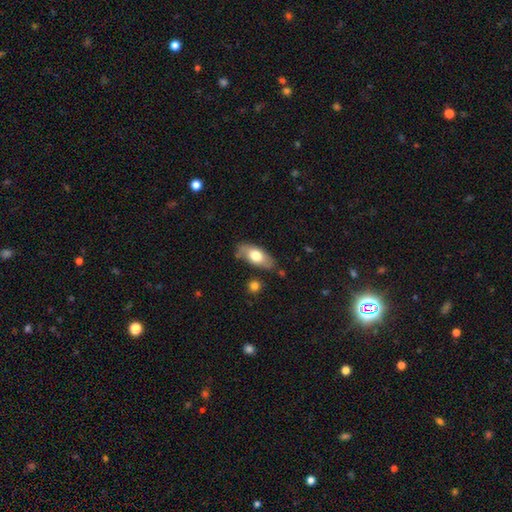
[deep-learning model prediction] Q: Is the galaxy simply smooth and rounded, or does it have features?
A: smooth — 69%.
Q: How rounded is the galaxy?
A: in between — 83%.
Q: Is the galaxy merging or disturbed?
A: none — 75%.